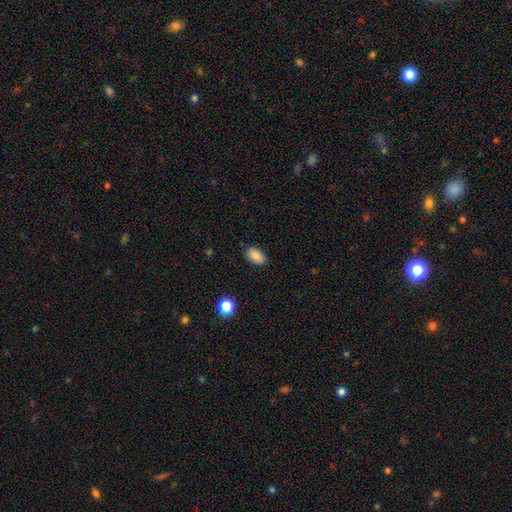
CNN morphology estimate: smooth_or_featured: smooth (p=0.86) [alt: star or artifact p=0.08]
how_rounded: in between (p=0.92) [alt: round p=0.06]
merging: none (p=0.85) [alt: minor disturbance p=0.12]